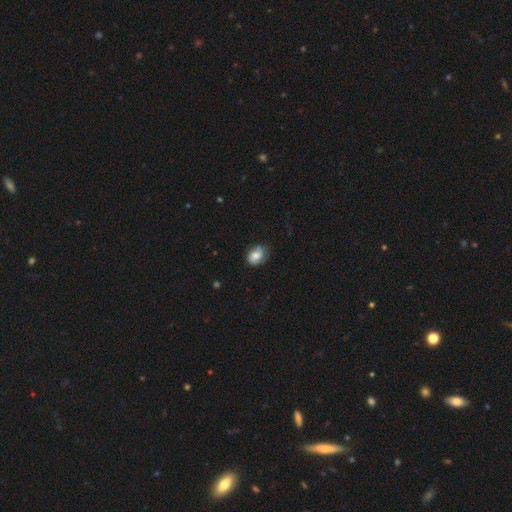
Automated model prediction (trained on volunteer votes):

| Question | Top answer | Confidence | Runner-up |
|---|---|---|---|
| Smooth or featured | smooth | 62% | featured or disk (29%) |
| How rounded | in between | 63% | round (36%) |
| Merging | none | 61% | minor disturbance (28%) |